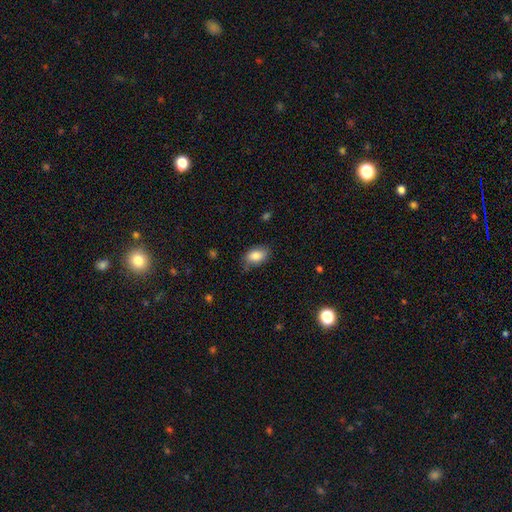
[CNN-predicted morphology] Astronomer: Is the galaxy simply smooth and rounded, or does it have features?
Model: smooth — 84%.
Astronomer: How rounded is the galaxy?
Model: in between — 90%.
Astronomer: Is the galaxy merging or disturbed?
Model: none — 73%.